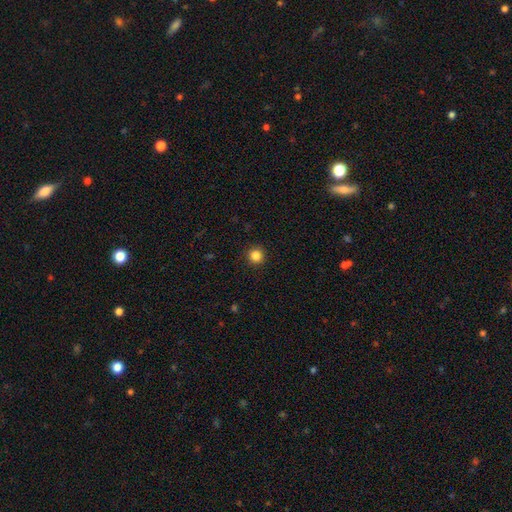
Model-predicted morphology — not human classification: smooth 85%, star or artifact 11%, featured or disk 4%. Down the decision tree: how rounded — round (95%); merging — none (92%).